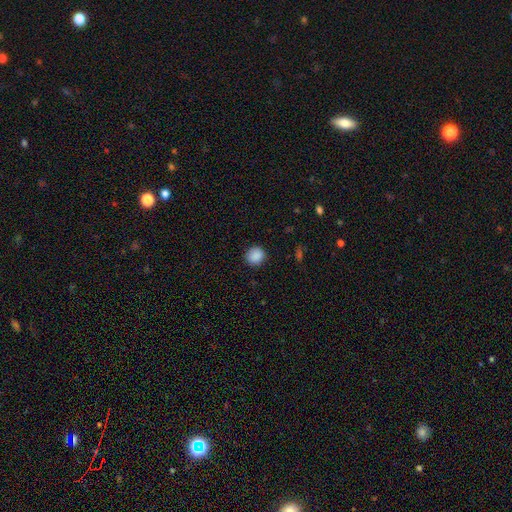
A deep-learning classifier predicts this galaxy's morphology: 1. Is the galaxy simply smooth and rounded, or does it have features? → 89% smooth, 9% star or artifact, 3% featured or disk.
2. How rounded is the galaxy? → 87% round, 12% in between, 1% cigar-shaped.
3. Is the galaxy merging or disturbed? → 89% none, 8% minor disturbance, 2% major disturbance, 1% merger.